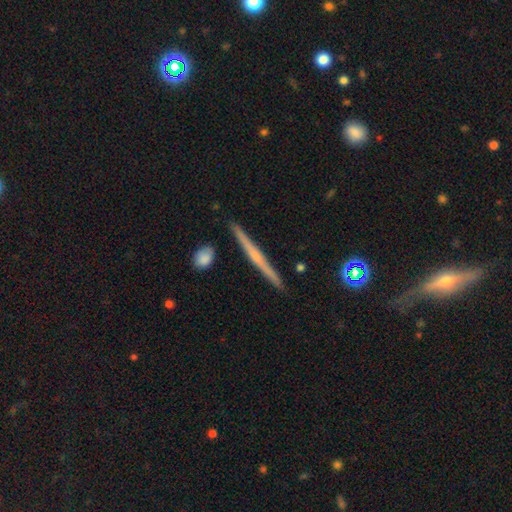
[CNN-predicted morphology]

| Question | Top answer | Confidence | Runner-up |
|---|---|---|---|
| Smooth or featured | featured or disk | 64% | smooth (30%) |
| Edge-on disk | yes | 98% | no (2%) |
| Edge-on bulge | none | 59% | rounded (34%) |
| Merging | none | 91% | minor disturbance (6%) |